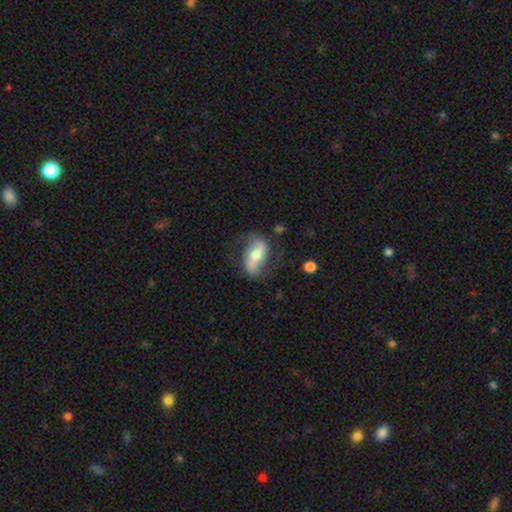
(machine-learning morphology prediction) A featured or disk galaxy (61%) with a strong bar (48%), spiral arms (76%) and a moderate central bulge (62%).

Vote fractions:
- Smooth or featured? featured or disk: 61% / smooth: 33% / star or artifact: 6%
- Edge-on disk? no: 85% / yes: 15%
- Bar? strong: 48% / weak: 27% / no: 25%
- Spiral arms? yes: 76% / no: 24%
- Bulge size? moderate: 62% / small: 27% / large: 7% / none: 2% / dominant: 2%
- Merging? none: 66% / minor disturbance: 21% / major disturbance: 10% / merger: 2%